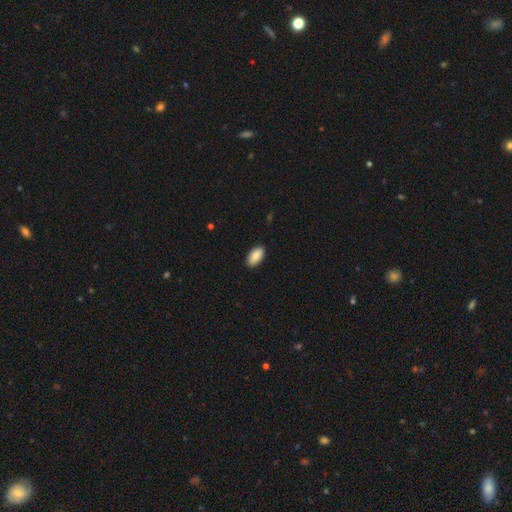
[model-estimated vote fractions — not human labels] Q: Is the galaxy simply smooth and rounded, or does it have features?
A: smooth — 88%.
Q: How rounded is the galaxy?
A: in between — 94%.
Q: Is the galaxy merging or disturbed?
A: none — 88%.